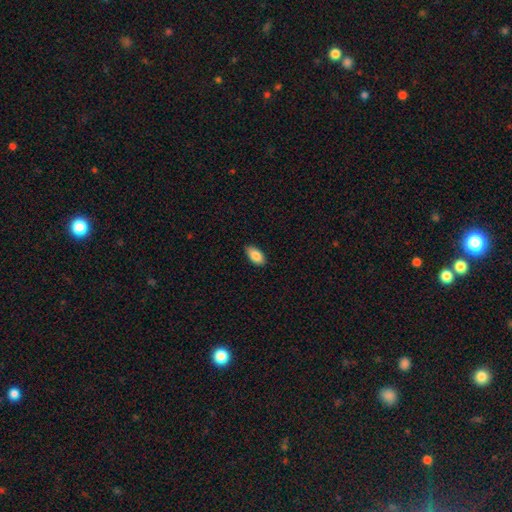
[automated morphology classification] The model was most divided on "merging": none: 82%, minor disturbance: 15%, major disturbance: 2%, merger: 1%. More confident: how rounded — in between (93%); smooth or featured — smooth (86%).